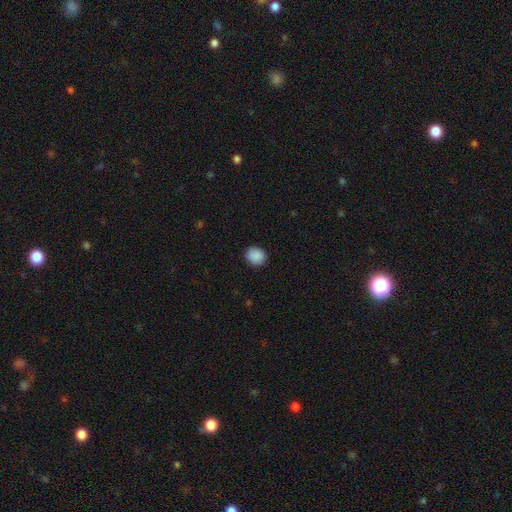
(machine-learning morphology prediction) This appears to be a smooth galaxy with no disk features (89%) that is round (77%). Merging: none (88%).